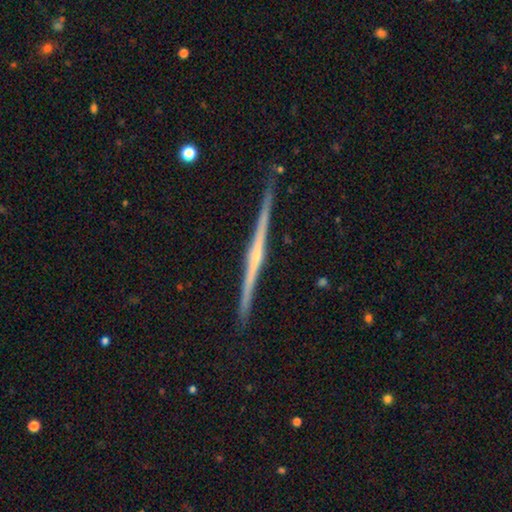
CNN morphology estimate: Smooth or featured? Predicted: featured or disk (p=0.84). Edge-on disk? Predicted: yes (p=0.99). Edge-on bulge? Predicted: rounded (p=0.58). Merging? Predicted: none (p=0.90).